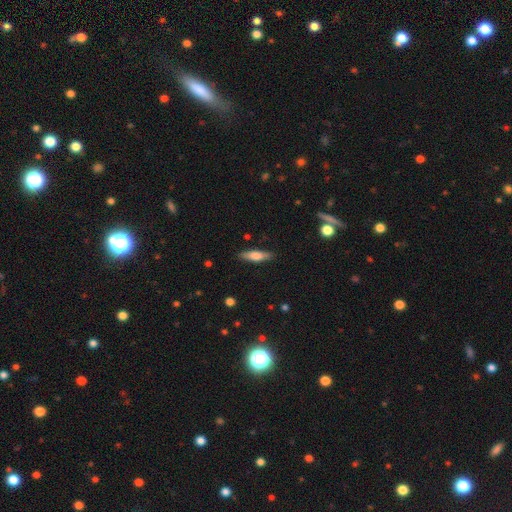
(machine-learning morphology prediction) Q: Smooth or featured?
A: smooth (59%); runner-up: featured or disk (34%)
Q: How rounded?
A: cigar-shaped (66%); runner-up: in between (32%)
Q: Merging?
A: none (87%); runner-up: minor disturbance (10%)